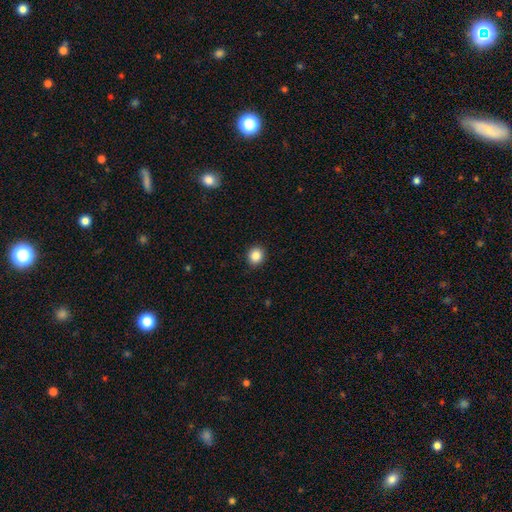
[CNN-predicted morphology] Q: Smooth or featured?
A: smooth (86%); runner-up: star or artifact (10%)
Q: How rounded?
A: round (81%); runner-up: in between (18%)
Q: Merging?
A: none (91%); runner-up: minor disturbance (6%)